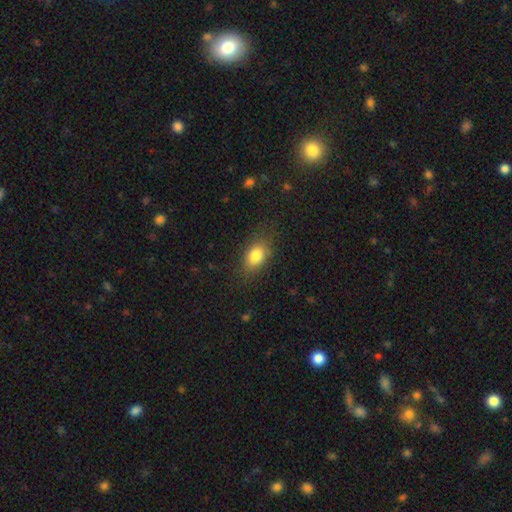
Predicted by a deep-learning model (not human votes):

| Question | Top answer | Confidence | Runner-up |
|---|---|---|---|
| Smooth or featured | smooth | 82% | star or artifact (9%) |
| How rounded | in between | 80% | round (17%) |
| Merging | none | 79% | minor disturbance (15%) |